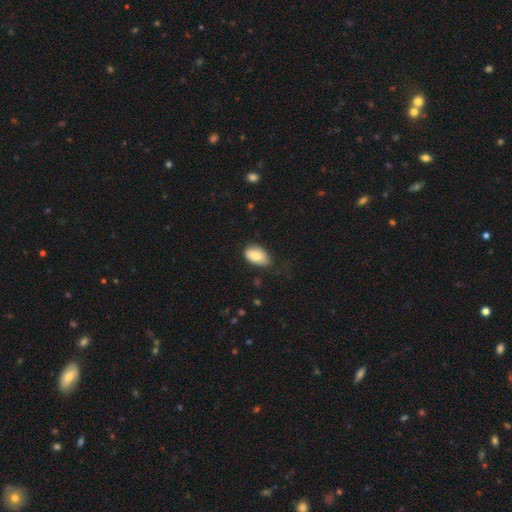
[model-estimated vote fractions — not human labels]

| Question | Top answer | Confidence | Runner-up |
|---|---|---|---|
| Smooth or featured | smooth | 78% | featured or disk (15%) |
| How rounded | in between | 92% | round (7%) |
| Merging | none | 59% | minor disturbance (31%) |